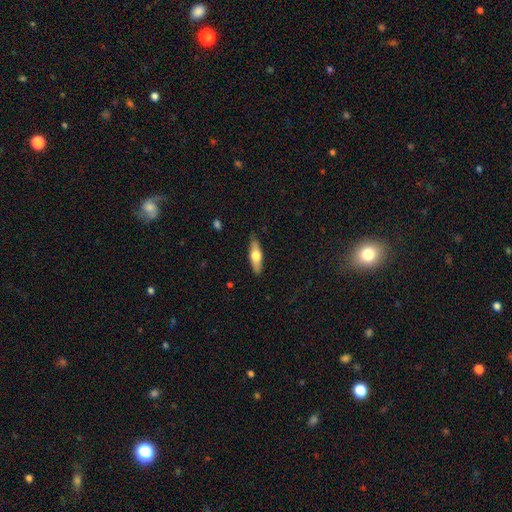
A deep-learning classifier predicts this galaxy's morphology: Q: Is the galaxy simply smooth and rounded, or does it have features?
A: smooth — 58%.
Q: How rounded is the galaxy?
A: cigar-shaped — 52%.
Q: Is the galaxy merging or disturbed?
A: none — 85%.